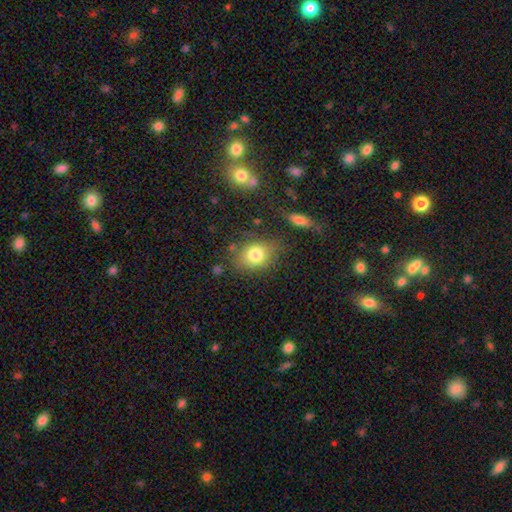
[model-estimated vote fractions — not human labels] Overall: smooth (79%). How rounded: in between (54%; round 44%). Merging: none (73%).